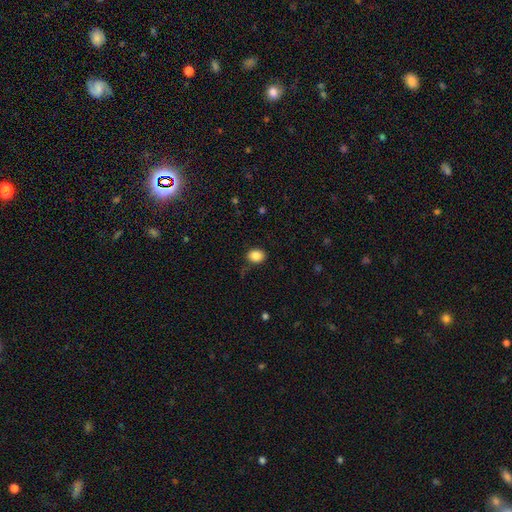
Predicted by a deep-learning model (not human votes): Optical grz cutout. It shows a smooth galaxy with no disk features (86%) that is in between round and cigar-shaped (58%). Merging: none (82%).